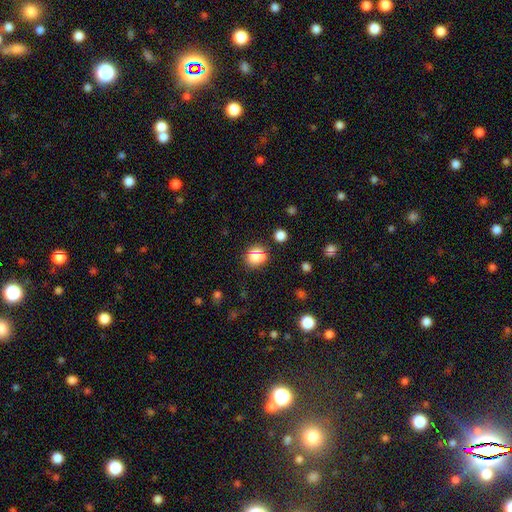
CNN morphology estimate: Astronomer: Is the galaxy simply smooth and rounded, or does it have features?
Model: smooth — 77%.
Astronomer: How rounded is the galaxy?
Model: round — 73%.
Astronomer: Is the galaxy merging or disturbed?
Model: none — 66%.